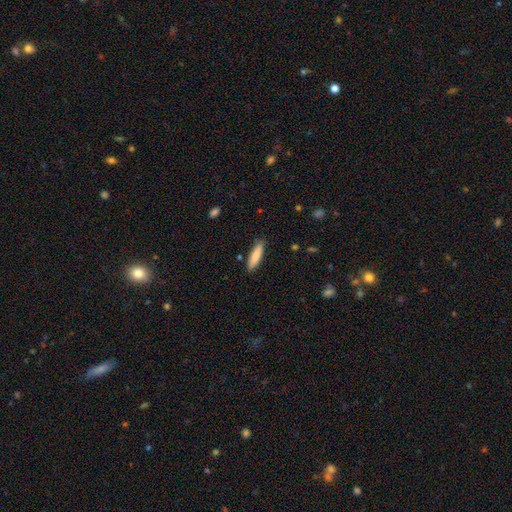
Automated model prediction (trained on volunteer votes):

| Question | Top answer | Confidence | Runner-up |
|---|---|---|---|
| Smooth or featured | smooth | 83% | featured or disk (11%) |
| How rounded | cigar-shaped | 72% | in between (27%) |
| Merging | none | 87% | minor disturbance (9%) |